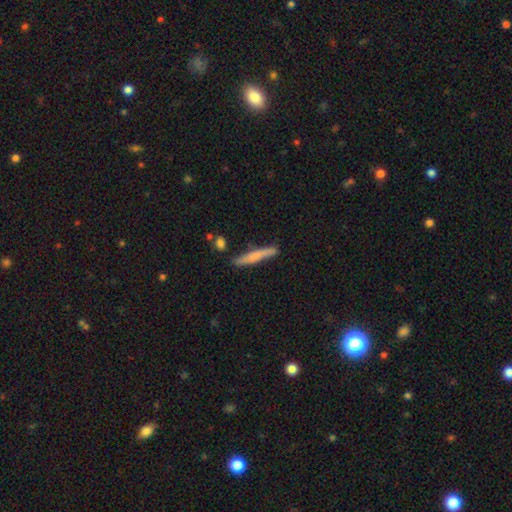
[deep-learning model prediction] A smooth galaxy with no disk features (64%) that is cigar-shaped (94%).

Vote fractions:
- Smooth or featured? smooth: 64% / featured or disk: 30% / star or artifact: 6%
- How rounded? cigar-shaped: 94% / in between: 5% / round: 2%
- Merging? none: 77% / minor disturbance: 15% / merger: 4% / major disturbance: 3%